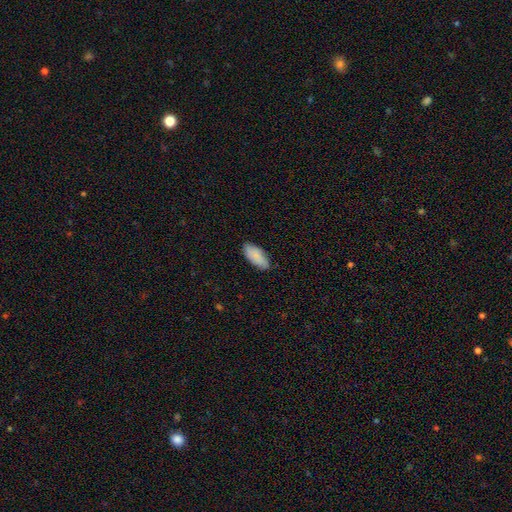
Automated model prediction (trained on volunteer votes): This is clearly a smooth galaxy (86%). How rounded: clearly in between (88%). Merging: clearly none (81%).